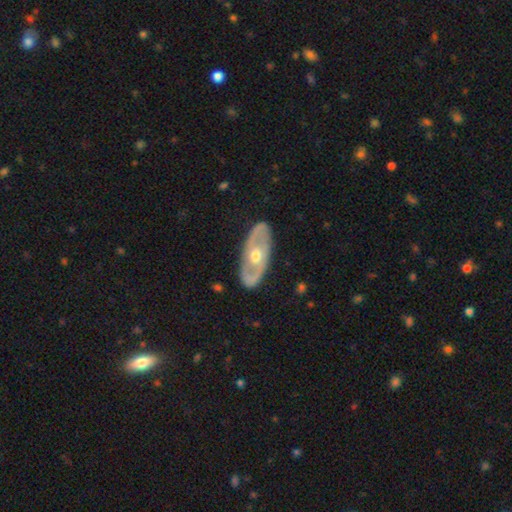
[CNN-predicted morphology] smooth-or-featured: featured or disk: 74% | smooth: 22% | star or artifact: 4%
  disk-edge-on: no: 84% | yes: 16%
    bar: no: 76% | weak: 16% | strong: 7%
    has-spiral-arms: no: 52% | yes: 48%
    bulge-size: moderate: 77% | small: 15% | large: 6% | none: 1% | dominant: 1%
  merging: none: 86% | minor disturbance: 10% | major disturbance: 3% | merger: 1%